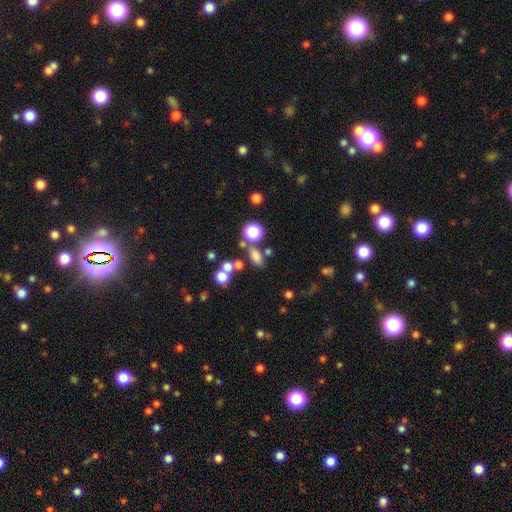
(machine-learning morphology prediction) Overall: smooth (72%). How rounded: in between (71%). Merging: none (62%).